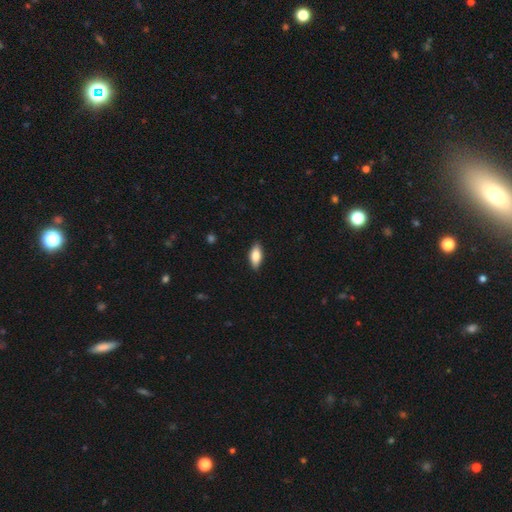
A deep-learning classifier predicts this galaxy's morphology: Smooth or featured: smooth — 77% (featured or disk — 17%)
How rounded: in between — 83% (cigar-shaped — 15%)
Merging: none — 87% (minor disturbance — 10%)